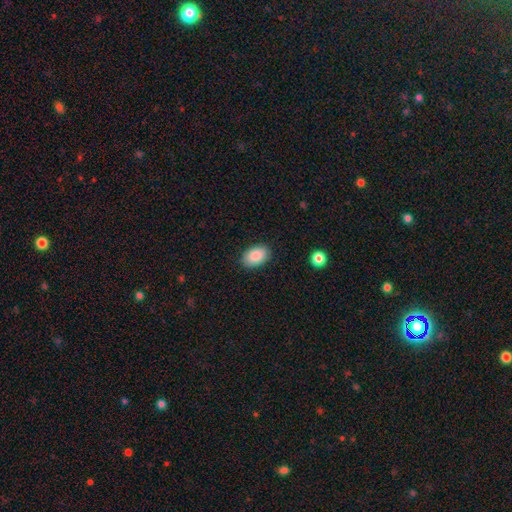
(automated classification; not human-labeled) smooth-or-featured: smooth: 89% | star or artifact: 7% | featured or disk: 4%
  how-rounded: in between: 91% | round: 8% | cigar-shaped: 1%
  merging: none: 88% | minor disturbance: 9% | major disturbance: 2% | merger: 1%